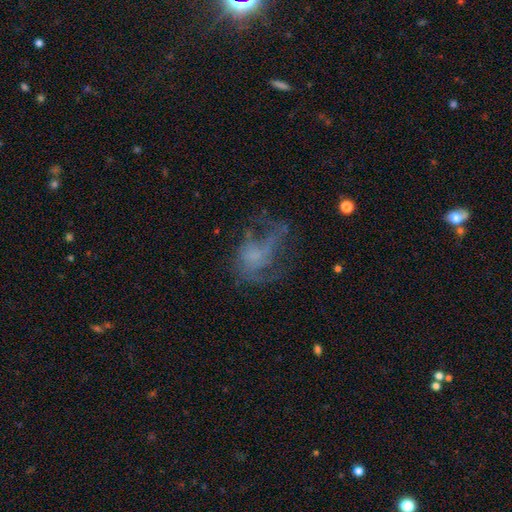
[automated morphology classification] This is possibly a featured or disk galaxy (58%). It is clearly not viewed edge-on (97%). Bar: clearly no (80%). Spiral arm pattern: possibly no (52%). Central bulge: likely none (62%). Merging: possibly major disturbance (45%).